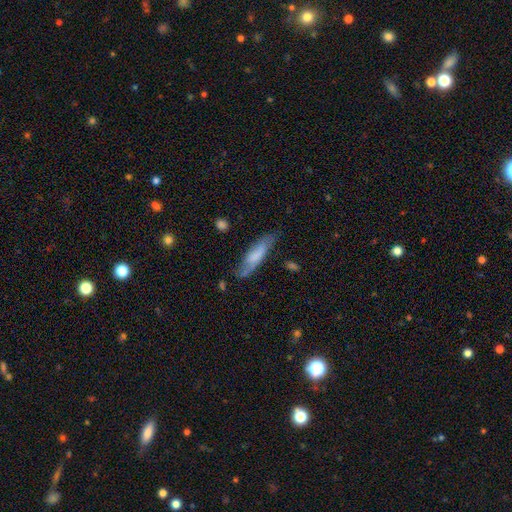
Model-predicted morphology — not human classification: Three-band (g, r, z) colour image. It shows a smooth galaxy with no disk features (64%) that is cigar-shaped (65%). Merging: none (68%).